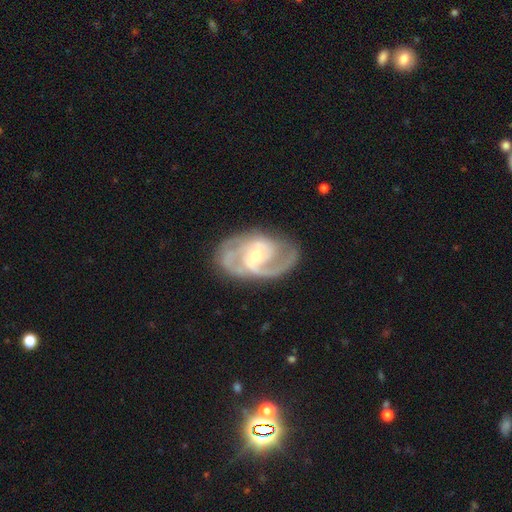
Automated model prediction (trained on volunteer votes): Smooth or featured?
  - featured or disk: 89% *
  - smooth: 6%
  - star or artifact: 4%
Edge-on disk?
  - no: 97% *
  - yes: 3%
Bar?
  - weak: 46% *
  - no: 39%
  - strong: 15%
Spiral arms?
  - yes: 97% *
  - no: 3%
Spiral winding?
  - medium: 51% *
  - tight: 34%
  - loose: 14%
Spiral arm count?
  - 2: 55% *
  - 3: 22%
  - can't tell: 11%
  - 1: 5%
  - 4: 4%
  - more than 4: 3%
Bulge size?
  - small: 50% *
  - moderate: 46%
  - large: 2%
  - none: 1%
  - dominant: 1%
Merging?
  - none: 72% *
  - minor disturbance: 17%
  - major disturbance: 9%
  - merger: 2%